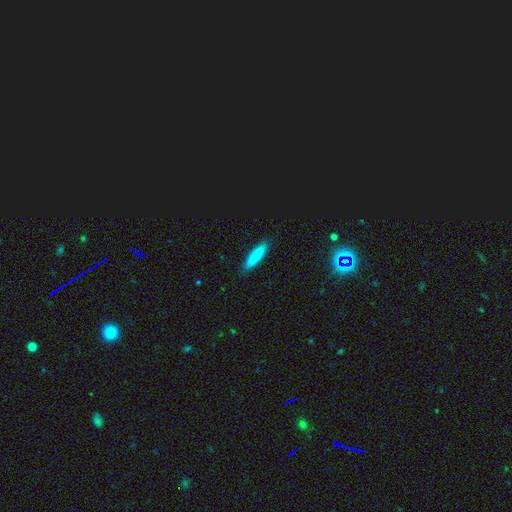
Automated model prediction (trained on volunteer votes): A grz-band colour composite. It shows a smooth galaxy with no disk features (84%) that is cigar-shaped (80%). Merging: none (88%).